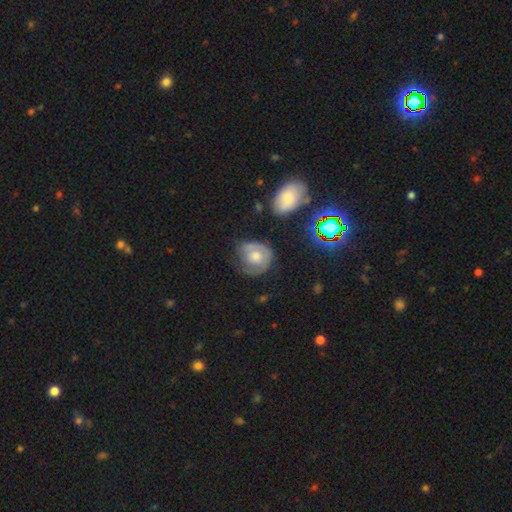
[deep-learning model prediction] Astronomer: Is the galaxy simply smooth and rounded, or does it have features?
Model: featured or disk — 49% (runner-up: smooth, 41%).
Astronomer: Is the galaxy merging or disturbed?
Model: none — 54%.